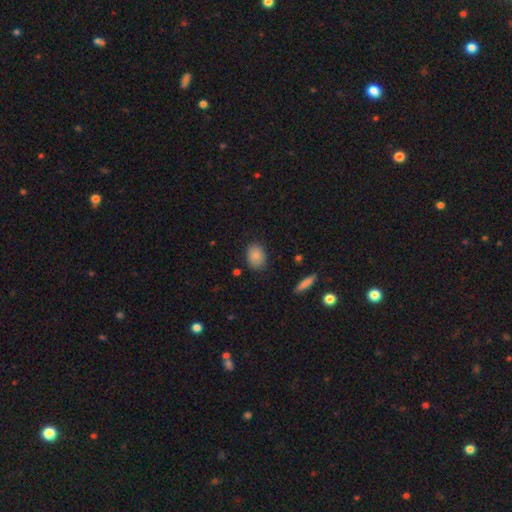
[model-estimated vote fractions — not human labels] Q: Smooth or featured?
A: smooth (85%); runner-up: star or artifact (8%)
Q: How rounded?
A: in between (71%); runner-up: round (28%)
Q: Merging?
A: none (84%); runner-up: minor disturbance (12%)